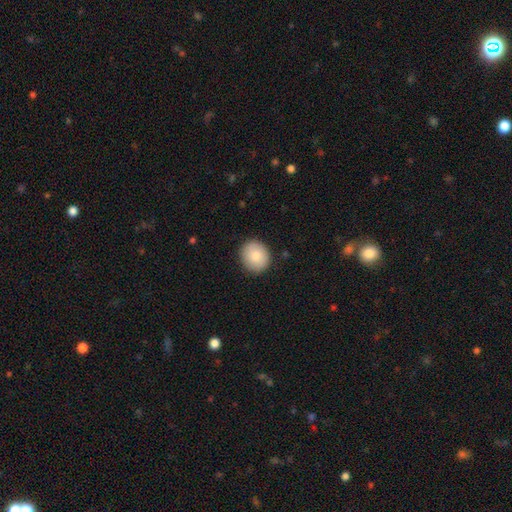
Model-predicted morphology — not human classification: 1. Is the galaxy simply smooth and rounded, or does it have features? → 83% smooth, 10% featured or disk, 7% star or artifact.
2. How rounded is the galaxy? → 73% round, 26% in between, 1% cigar-shaped.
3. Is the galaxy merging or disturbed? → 88% none, 9% minor disturbance, 2% major disturbance, 1% merger.